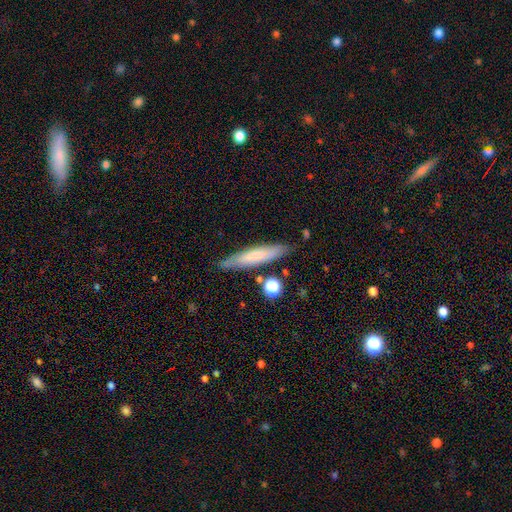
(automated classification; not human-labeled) A smooth galaxy with no disk features (64%) that is cigar-shaped (87%).

Vote fractions:
- Smooth or featured? smooth: 64% / featured or disk: 29% / star or artifact: 7%
- How rounded? cigar-shaped: 87% / in between: 12% / round: 1%
- Merging? none: 80% / minor disturbance: 13% / merger: 4% / major disturbance: 3%